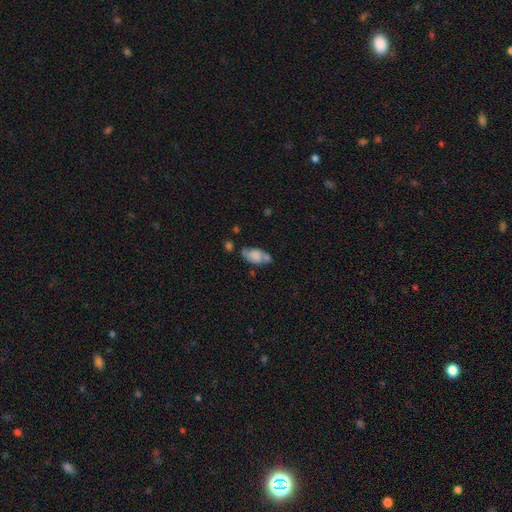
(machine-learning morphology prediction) A smooth galaxy with no disk features (49%). Merging: none (40%).